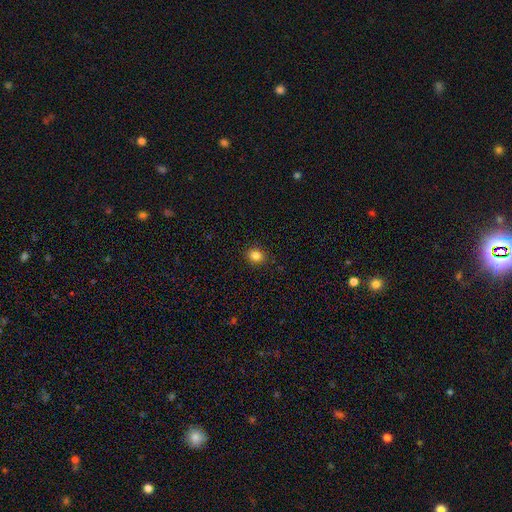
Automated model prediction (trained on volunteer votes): Q: Smooth or featured?
A: smooth (84%); runner-up: star or artifact (12%)
Q: How rounded?
A: round (70%); runner-up: in between (29%)
Q: Merging?
A: none (91%); runner-up: minor disturbance (7%)